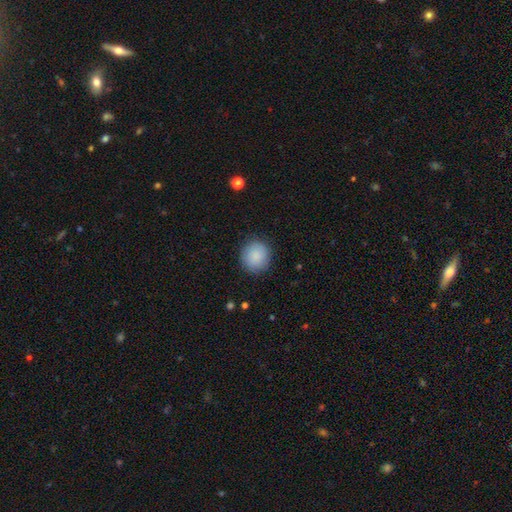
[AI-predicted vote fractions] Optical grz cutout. It shows a smooth galaxy with no disk features (88%) that is round (91%). Merging: none (88%).